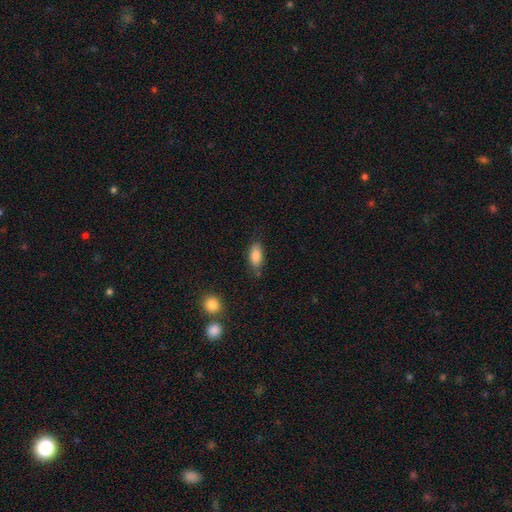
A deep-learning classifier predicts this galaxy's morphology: Smooth or featured? smooth (85%)
How rounded? in between (88%)
Merging? none (75%)